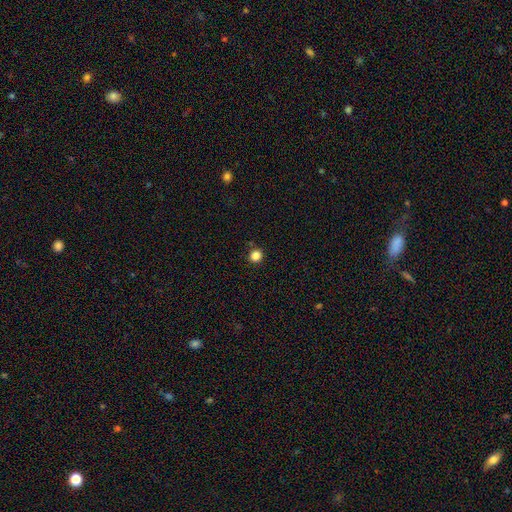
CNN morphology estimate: type=smooth (84%); roundness=round (93%); merging=none (90%).